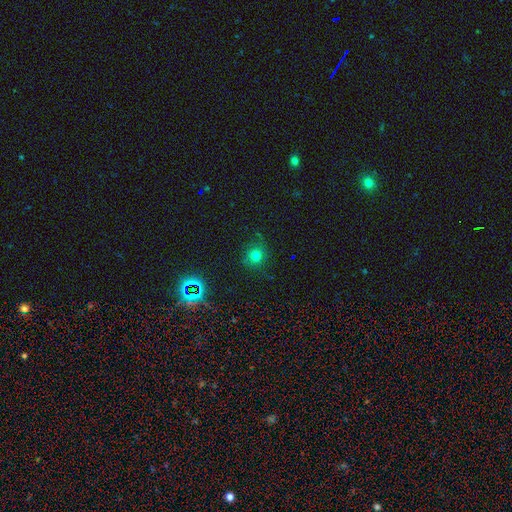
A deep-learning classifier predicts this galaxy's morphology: A smooth galaxy with no disk features (66%) that is round (89%). Merging: none (79%).